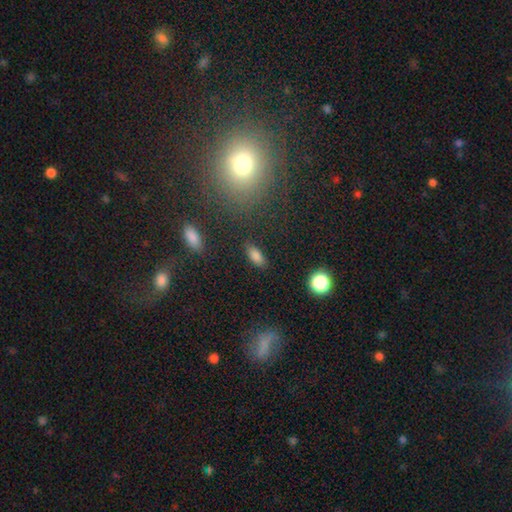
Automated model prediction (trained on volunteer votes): This is clearly a smooth galaxy (85%). How rounded: clearly in between (84%). Merging: clearly none (85%).